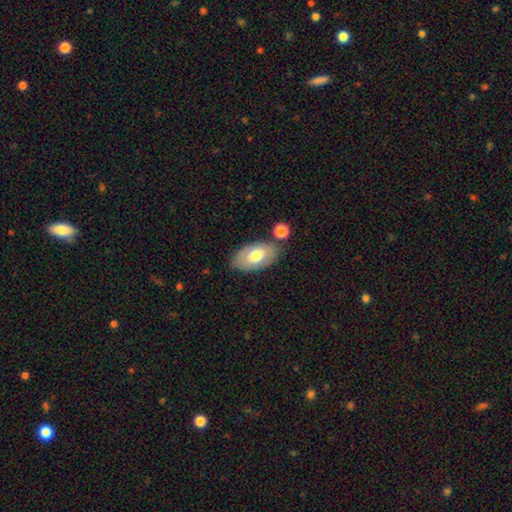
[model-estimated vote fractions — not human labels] smooth 64%, featured or disk 30%, star or artifact 6%. Down the decision tree: how rounded — in between (94%); merging — none (71%).